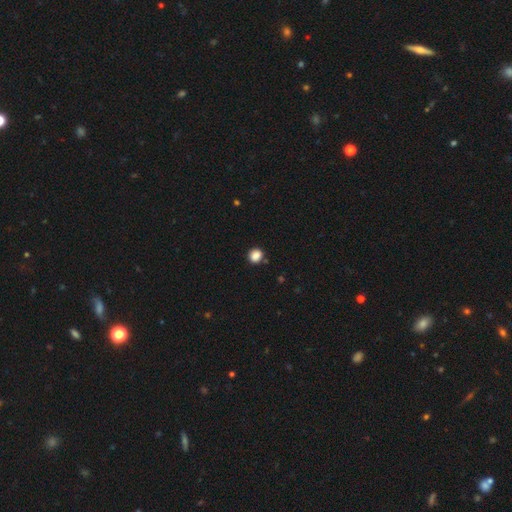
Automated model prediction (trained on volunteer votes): Smooth or featured: smooth — 87% (star or artifact — 11%)
How rounded: round — 79% (in between — 20%)
Merging: none — 85% (minor disturbance — 9%)